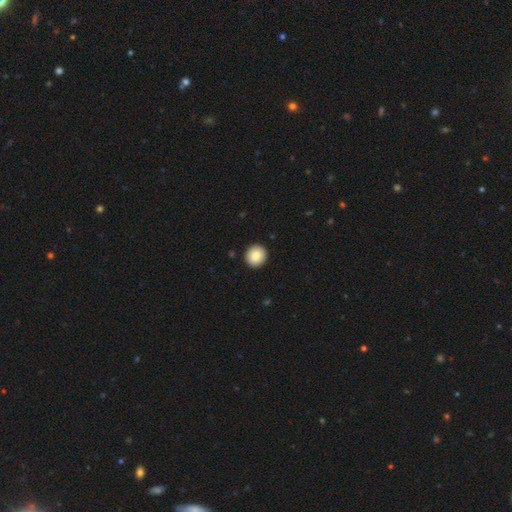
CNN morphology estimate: Overall: smooth (86%). How rounded: round (90%). Merging: none (93%).